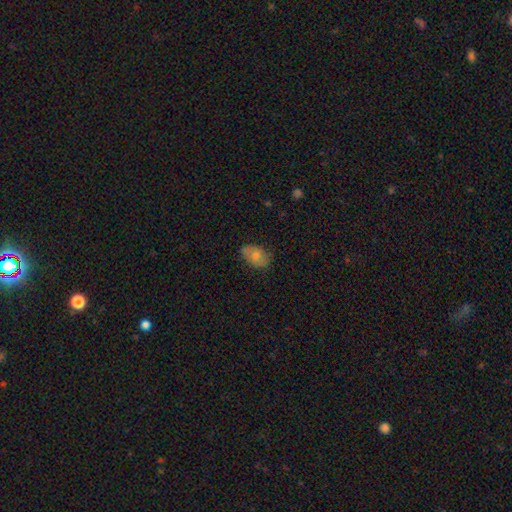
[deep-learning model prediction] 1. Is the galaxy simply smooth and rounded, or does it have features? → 64% smooth, 25% featured or disk, 11% star or artifact.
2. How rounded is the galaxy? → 80% in between, 18% round, 2% cigar-shaped.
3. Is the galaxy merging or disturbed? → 75% none, 20% minor disturbance, 4% major disturbance, 2% merger.